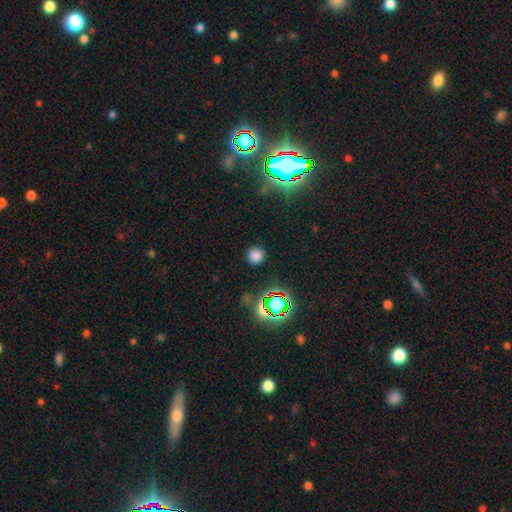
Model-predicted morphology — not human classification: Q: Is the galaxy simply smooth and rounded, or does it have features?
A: smooth — 75%.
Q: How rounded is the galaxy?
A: round — 92%.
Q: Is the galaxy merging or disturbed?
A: none — 89%.